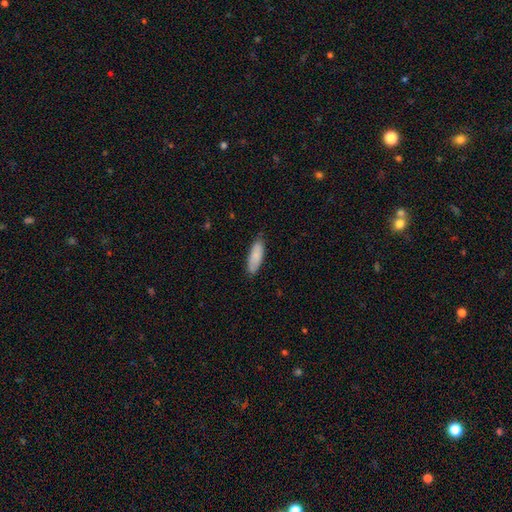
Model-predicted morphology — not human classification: smooth 85%, featured or disk 10%, star or artifact 6%. Down the decision tree: how rounded — in between (64%); merging — none (79%).